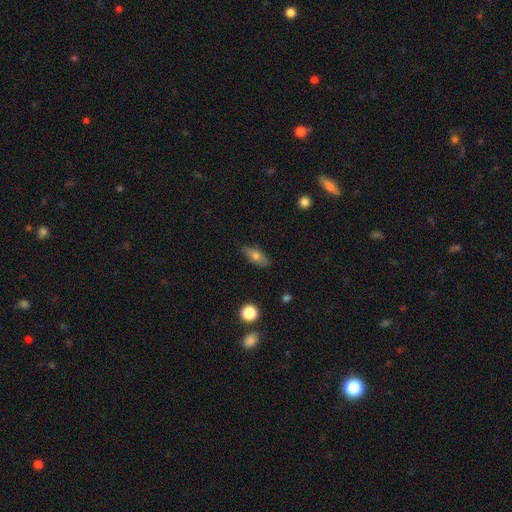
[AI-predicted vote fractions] Smooth or featured? smooth (70%)
How rounded? in between (76%)
Merging? none (80%)